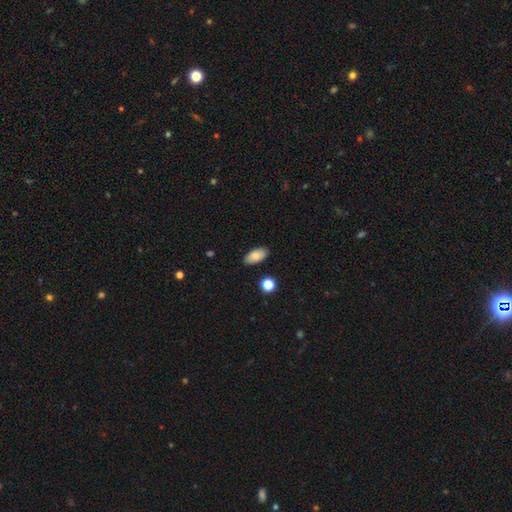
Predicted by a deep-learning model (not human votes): Q: Smooth or featured?
A: smooth (85%); runner-up: star or artifact (8%)
Q: How rounded?
A: in between (93%); runner-up: cigar-shaped (4%)
Q: Merging?
A: none (88%); runner-up: minor disturbance (9%)